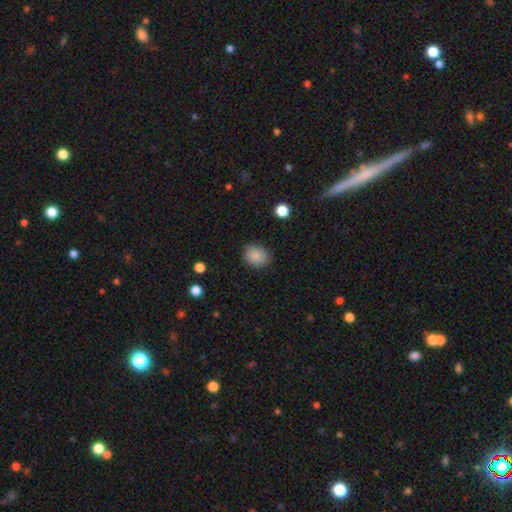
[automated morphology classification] The model was most divided on "how rounded": round: 55%, in between: 44%, cigar-shaped: 1%. More confident: smooth or featured — smooth (85%); merging — none (79%).